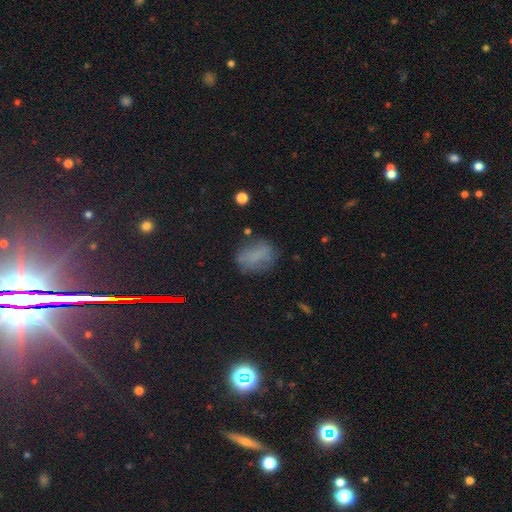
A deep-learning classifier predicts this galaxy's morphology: This appears to be a smooth galaxy with no disk features (65%) that is in between round and cigar-shaped (70%). Merging: none (64%).